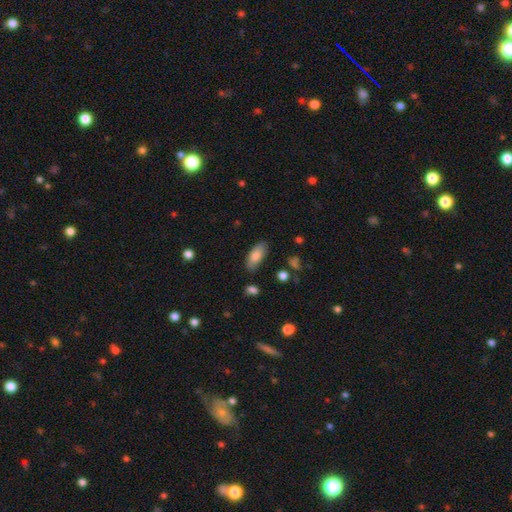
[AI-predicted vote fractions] smooth-or-featured: smooth: 81% | featured or disk: 13% | star or artifact: 7%
  how-rounded: in between: 85% | cigar-shaped: 13% | round: 2%
  merging: none: 81% | minor disturbance: 14% | major disturbance: 3% | merger: 2%